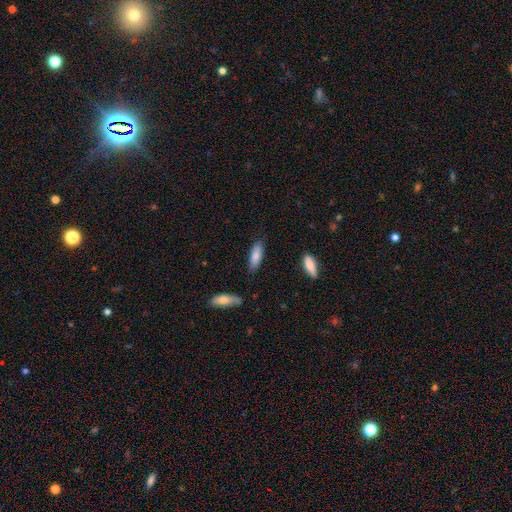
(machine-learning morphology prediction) smooth_or_featured: smooth (p=0.84) [alt: featured or disk p=0.10]
how_rounded: in between (p=0.58) [alt: cigar-shaped p=0.41]
merging: none (p=0.83) [alt: minor disturbance p=0.12]